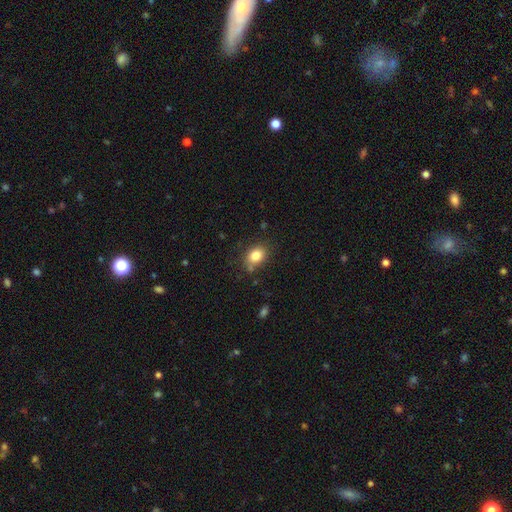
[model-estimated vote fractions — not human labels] Smooth or featured? smooth (83%)
How rounded? in between (63%)
Merging? none (73%)